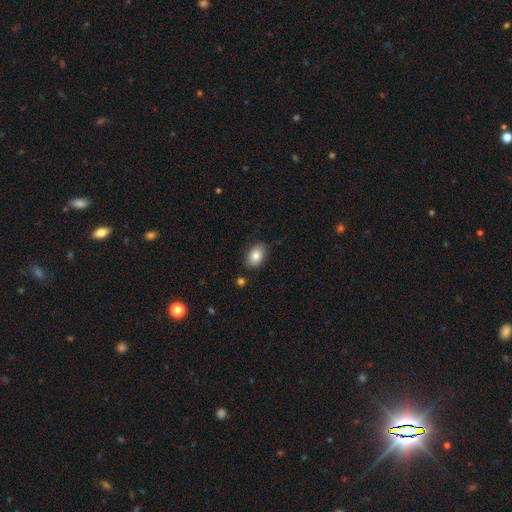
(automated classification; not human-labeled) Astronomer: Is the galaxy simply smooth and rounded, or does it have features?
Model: smooth — 84%.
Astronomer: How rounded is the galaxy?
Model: in between — 83%.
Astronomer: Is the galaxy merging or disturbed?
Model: none — 84%.